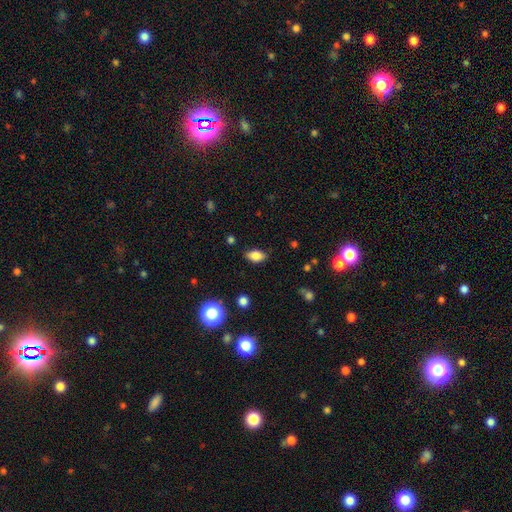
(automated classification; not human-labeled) Overall: smooth (82%). How rounded: in between (89%). Merging: none (83%).